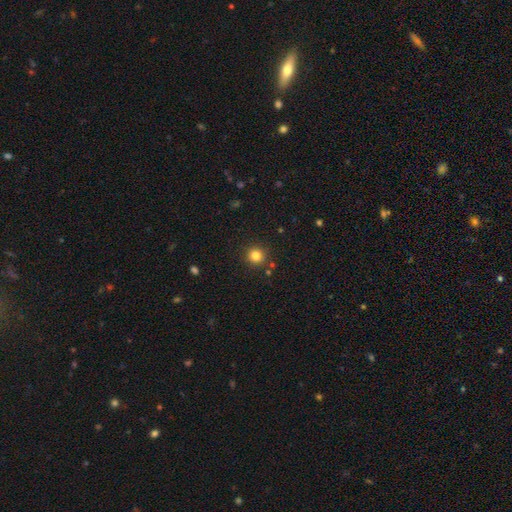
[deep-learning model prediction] Morphology: type=smooth (82%); roundness=round (94%); merging=none (89%).